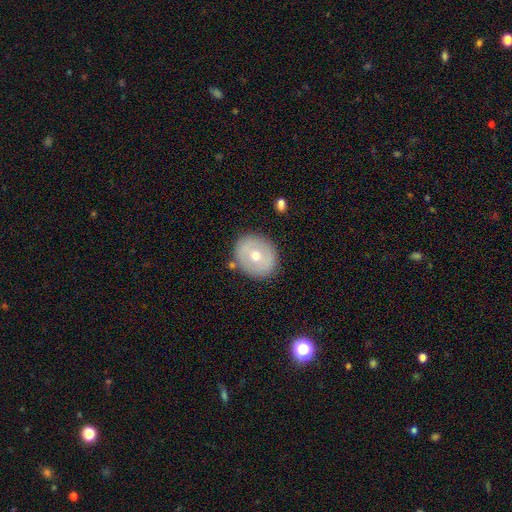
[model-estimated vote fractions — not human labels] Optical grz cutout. It shows a smooth galaxy with no disk features (51%) that is round (74%). Merging: none (85%).